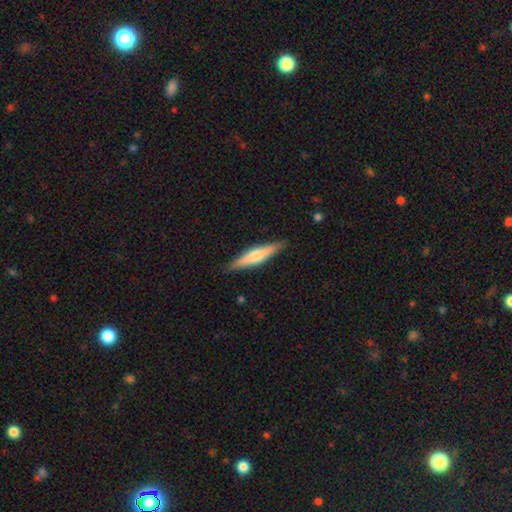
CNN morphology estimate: Smooth or featured: featured or disk — 48% (smooth — 46%)
Merging: none — 89% (minor disturbance — 8%)